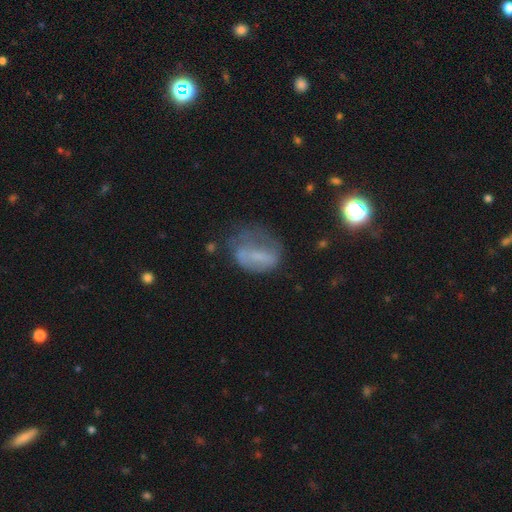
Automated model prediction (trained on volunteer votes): Morphology: type=smooth (45%); merging=none (36%).